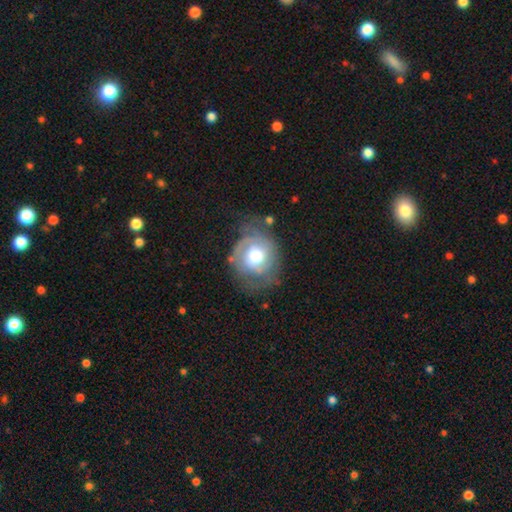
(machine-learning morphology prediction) A featured or disk galaxy (60%) with no bar (79%), spiral arms (73%) and a moderate central bulge (51%).

Vote fractions:
- Smooth or featured? featured or disk: 60% / smooth: 33% / star or artifact: 7%
- Edge-on disk? no: 97% / yes: 3%
- Bar? no: 79% / weak: 18% / strong: 4%
- Spiral arms? yes: 73% / no: 27%
- Bulge size? moderate: 51% / large: 37% / small: 6% / dominant: 4% / none: 1%
- Merging? none: 54% / minor disturbance: 26% / major disturbance: 18% / merger: 3%